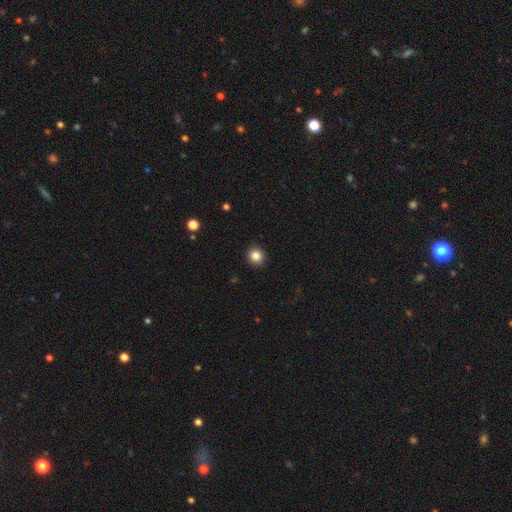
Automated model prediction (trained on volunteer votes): Smooth or featured? Predicted: smooth (p=0.85). How rounded? Predicted: round (p=0.89). Merging? Predicted: none (p=0.92).